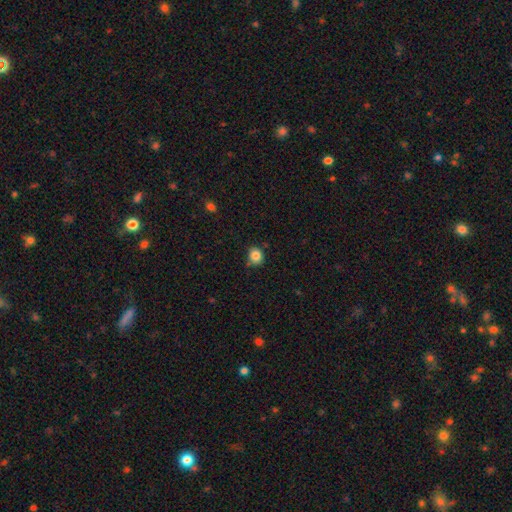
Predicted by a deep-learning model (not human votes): smooth_or_featured: smooth (p=0.84) [alt: star or artifact p=0.11]
how_rounded: round (p=0.79) [alt: in between p=0.20]
merging: none (p=0.75) [alt: minor disturbance p=0.18]